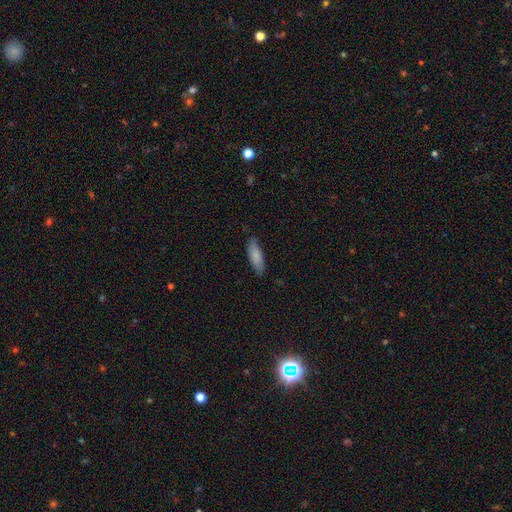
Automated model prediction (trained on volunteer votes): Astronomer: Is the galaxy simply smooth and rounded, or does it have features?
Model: smooth — 82%.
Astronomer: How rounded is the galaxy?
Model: in between — 56% (runner-up: cigar-shaped, 43%).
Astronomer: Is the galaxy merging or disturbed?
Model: none — 81%.